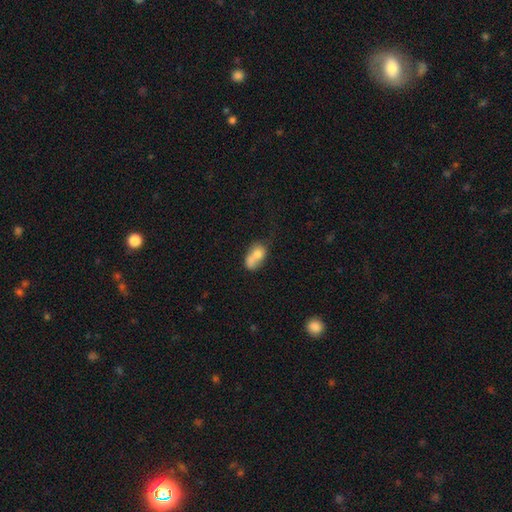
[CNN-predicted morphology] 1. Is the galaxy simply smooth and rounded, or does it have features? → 71% smooth, 20% featured or disk, 9% star or artifact.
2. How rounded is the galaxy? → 74% in between, 23% round, 3% cigar-shaped.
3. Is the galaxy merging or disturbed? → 53% merger, 22% none, 14% minor disturbance, 11% major disturbance.